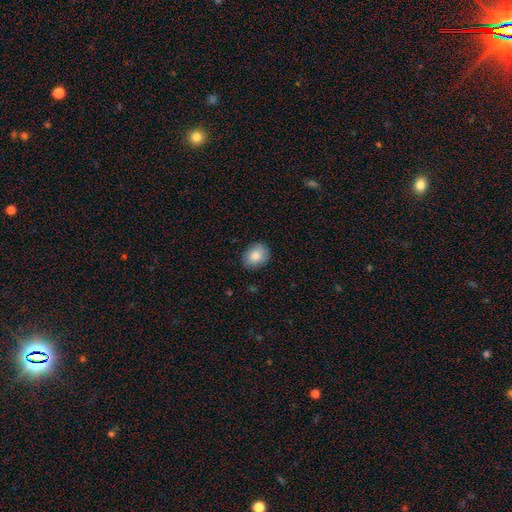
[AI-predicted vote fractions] Q: Smooth or featured?
A: smooth (83%); runner-up: featured or disk (9%)
Q: How rounded?
A: round (50%); runner-up: in between (49%)
Q: Merging?
A: none (83%); runner-up: minor disturbance (14%)